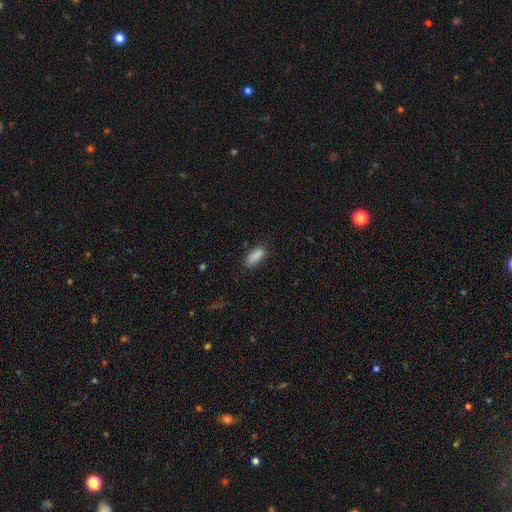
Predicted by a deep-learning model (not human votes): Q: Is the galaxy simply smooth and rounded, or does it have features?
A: smooth — 89%.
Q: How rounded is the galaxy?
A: in between — 75%.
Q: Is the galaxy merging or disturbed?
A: none — 81%.